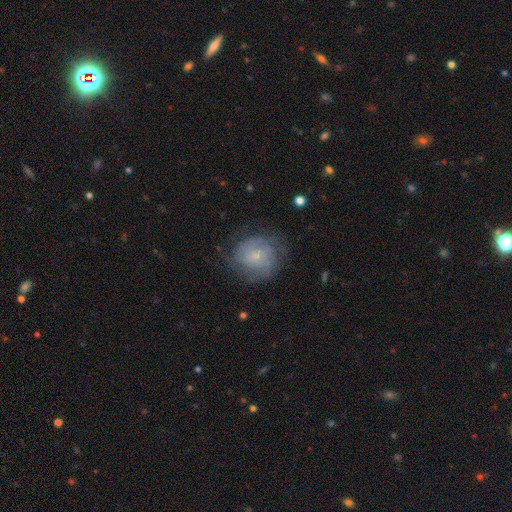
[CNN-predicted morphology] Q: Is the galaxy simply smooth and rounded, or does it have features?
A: featured or disk — 62%.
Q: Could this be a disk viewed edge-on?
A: no — 98%.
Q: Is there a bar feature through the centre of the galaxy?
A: no — 70%.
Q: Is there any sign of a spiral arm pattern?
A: yes — 86%.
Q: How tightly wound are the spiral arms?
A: tight — 56%.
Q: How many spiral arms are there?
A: can't tell — 43%.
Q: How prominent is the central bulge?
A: small — 64%.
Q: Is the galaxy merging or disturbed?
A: none — 69%.